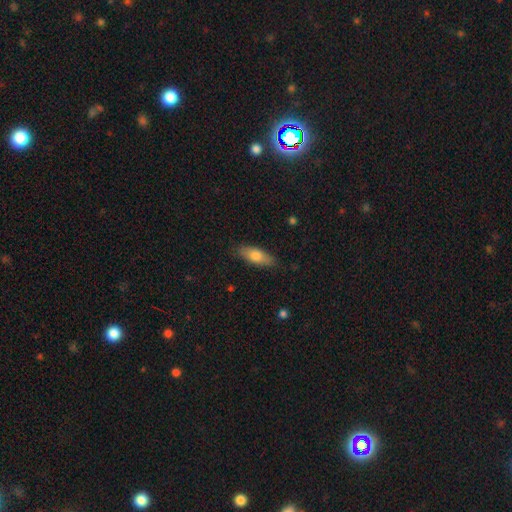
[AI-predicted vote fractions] smooth_or_featured: smooth (p=0.73) [alt: featured or disk p=0.20]
how_rounded: in between (p=0.71) [alt: cigar-shaped p=0.26]
merging: none (p=0.84) [alt: minor disturbance p=0.12]